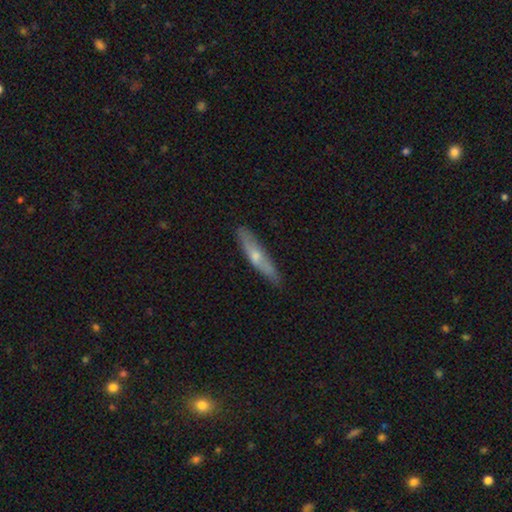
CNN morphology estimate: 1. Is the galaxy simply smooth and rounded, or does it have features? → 49% featured or disk, 45% smooth, 6% star or artifact.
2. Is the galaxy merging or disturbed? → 84% none, 13% minor disturbance, 2% major disturbance, 1% merger.